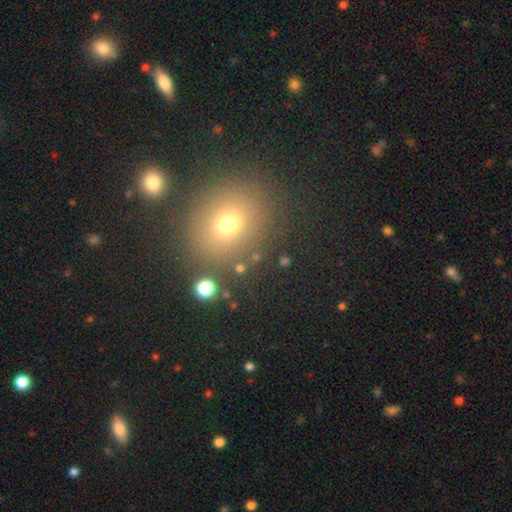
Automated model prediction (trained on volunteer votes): The model was most divided on "how rounded": round: 71%, in between: 28%, cigar-shaped: 2%. More confident: merging — none (81%); smooth or featured — smooth (67%).